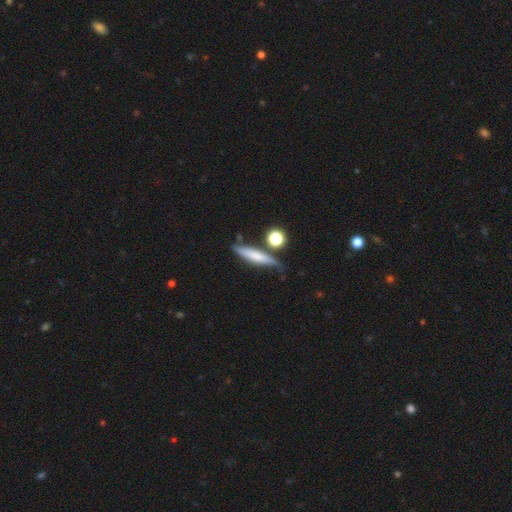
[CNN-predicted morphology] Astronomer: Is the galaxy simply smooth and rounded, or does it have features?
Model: smooth — 60%.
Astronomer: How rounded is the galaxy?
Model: cigar-shaped — 83%.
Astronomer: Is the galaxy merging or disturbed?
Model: none — 63%.